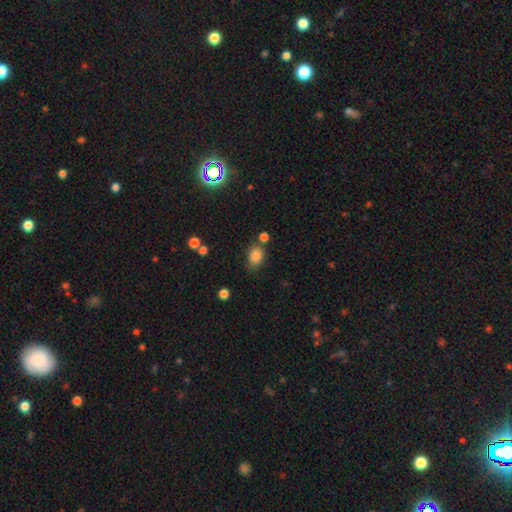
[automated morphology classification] Smooth or featured? smooth (84%)
How rounded? in between (63%)
Merging? none (69%)